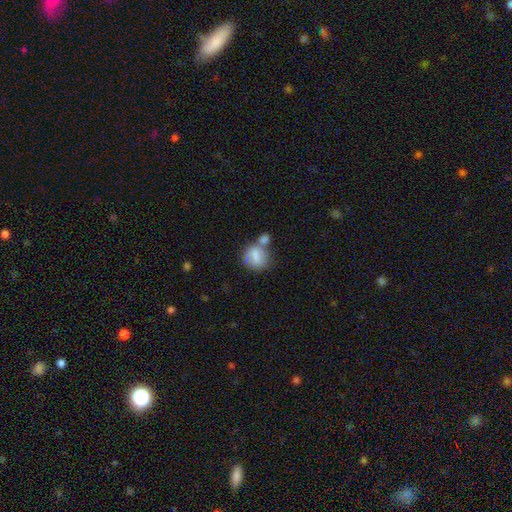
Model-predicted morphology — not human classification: Smooth or featured?
  - smooth: 71% *
  - featured or disk: 21%
  - star or artifact: 8%
How rounded?
  - round: 66% *
  - in between: 33%
  - cigar-shaped: 2%
Merging?
  - merger: 43% *
  - none: 33%
  - minor disturbance: 16%
  - major disturbance: 8%